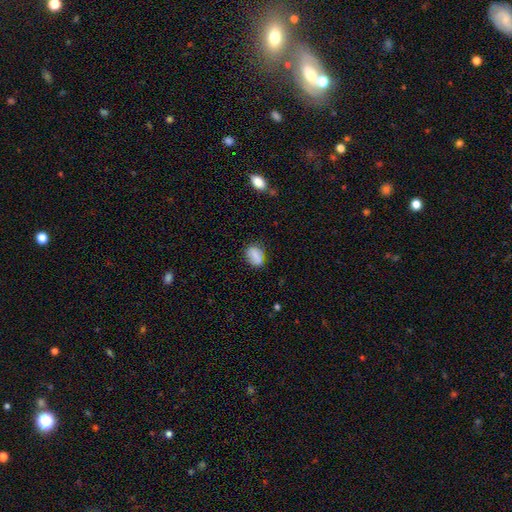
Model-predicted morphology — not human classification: smooth-or-featured: smooth: 81% | featured or disk: 11% | star or artifact: 9%
  how-rounded: in between: 71% | round: 28% | cigar-shaped: 2%
  merging: none: 76% | minor disturbance: 18% | major disturbance: 4% | merger: 2%